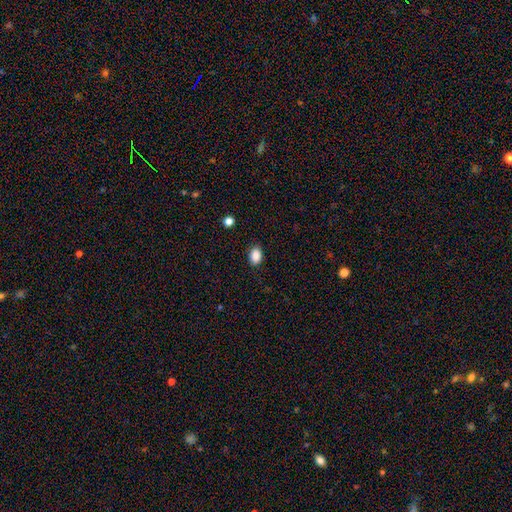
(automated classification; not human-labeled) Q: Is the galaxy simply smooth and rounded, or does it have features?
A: smooth — 88%.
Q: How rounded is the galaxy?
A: in between — 81%.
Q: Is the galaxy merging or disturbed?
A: none — 87%.